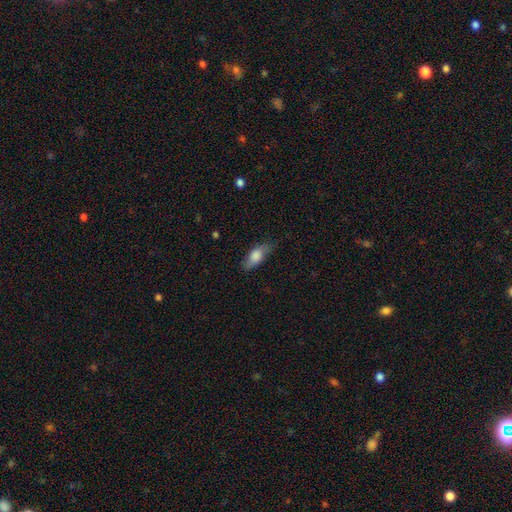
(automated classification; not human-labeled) This appears to be a smooth galaxy with no disk features (74%) that is in between round and cigar-shaped (79%). Merging: none (71%).